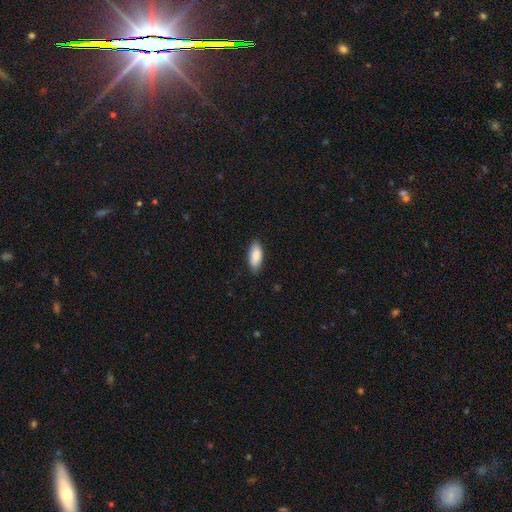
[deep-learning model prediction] Morphology: type=smooth (88%); roundness=in between (85%); merging=none (85%).